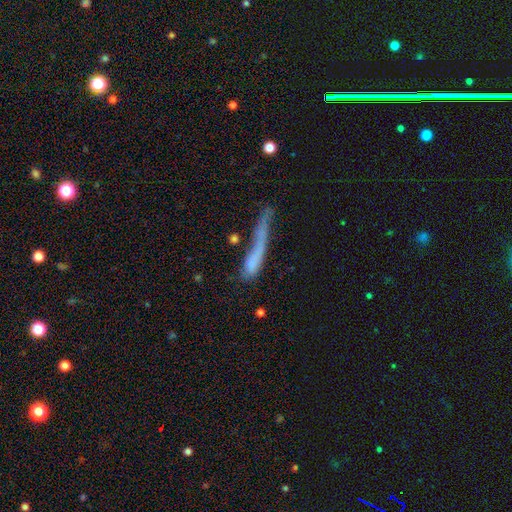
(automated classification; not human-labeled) smooth 55%, featured or disk 33%, star or artifact 12%. Down the decision tree: how rounded — cigar-shaped (89%); merging — none (37%).